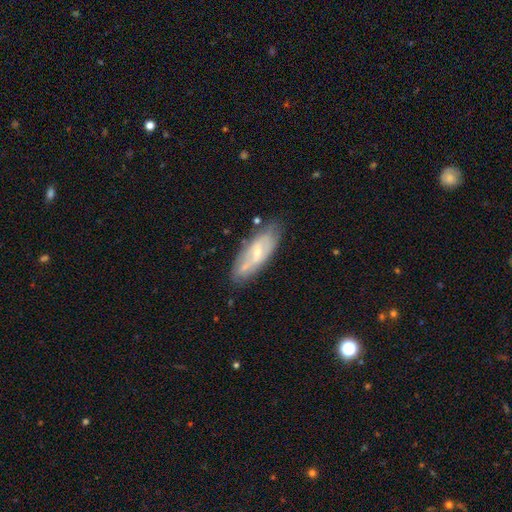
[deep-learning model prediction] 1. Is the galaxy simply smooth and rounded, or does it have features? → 55% featured or disk, 36% smooth, 9% star or artifact.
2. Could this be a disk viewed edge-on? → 74% no, 26% yes.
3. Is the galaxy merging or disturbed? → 76% none, 16% minor disturbance, 4% major disturbance, 3% merger.